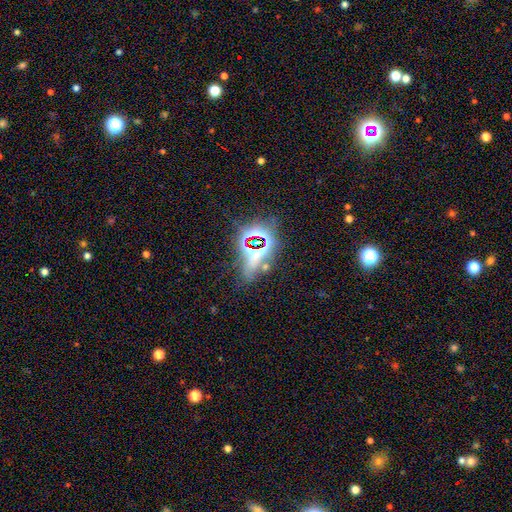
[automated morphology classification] star or artifact 65%, smooth 23%, featured or disk 12%.